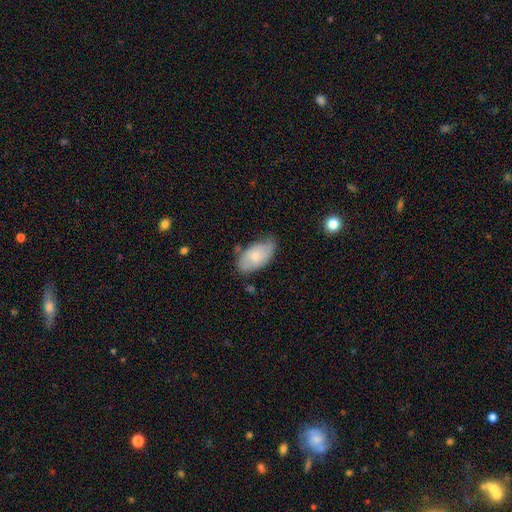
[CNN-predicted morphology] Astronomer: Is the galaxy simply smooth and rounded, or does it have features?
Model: smooth — 67%.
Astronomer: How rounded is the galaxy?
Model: in between — 94%.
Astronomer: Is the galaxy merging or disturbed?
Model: none — 56% (runner-up: minor disturbance, 34%).